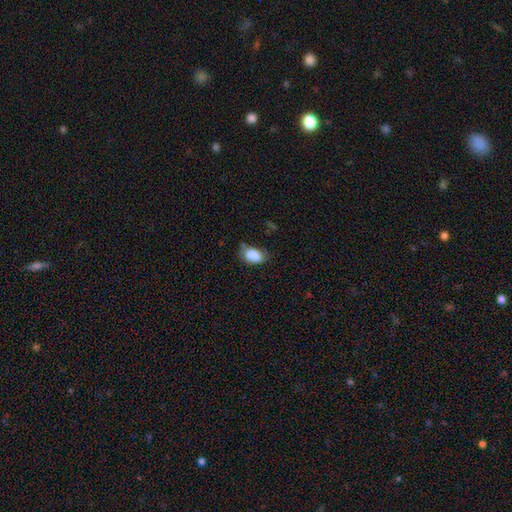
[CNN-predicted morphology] This appears to be a smooth galaxy with no disk features (84%) that is in between round and cigar-shaped (87%). Merging: none (53%).